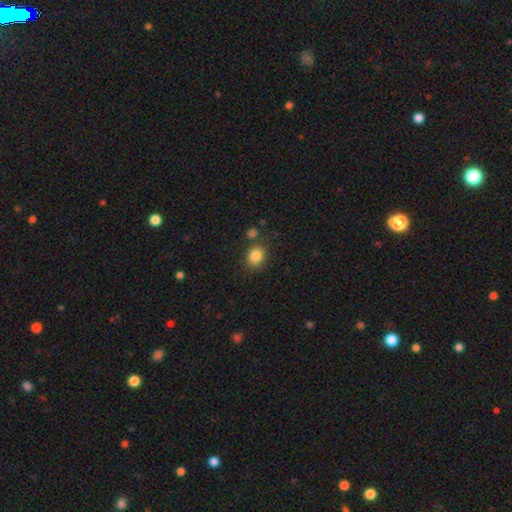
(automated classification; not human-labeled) This appears to be a smooth galaxy with no disk features (85%) that is round (60%). Merging: none (77%).